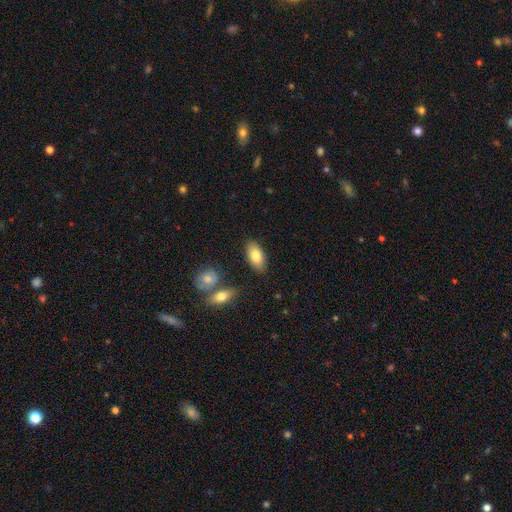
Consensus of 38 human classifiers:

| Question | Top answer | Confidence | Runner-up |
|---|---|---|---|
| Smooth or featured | smooth | 82% | featured or disk (13%) |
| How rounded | in between | 87% | cigar-shaped (13%) |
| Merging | none | 86% | merger (8%) |